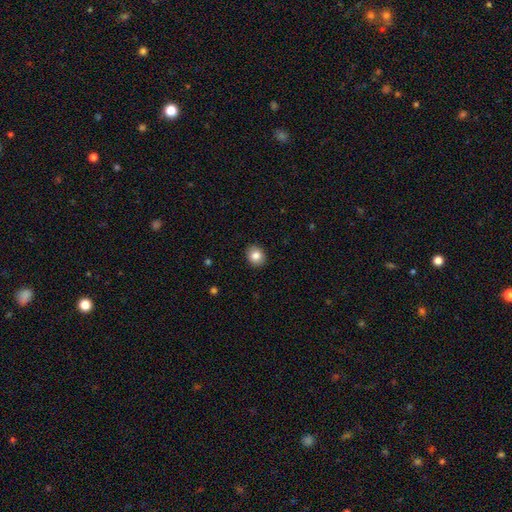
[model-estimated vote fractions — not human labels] Smooth or featured: smooth — 84% (star or artifact — 9%)
How rounded: round — 69% (in between — 30%)
Merging: none — 91% (minor disturbance — 6%)